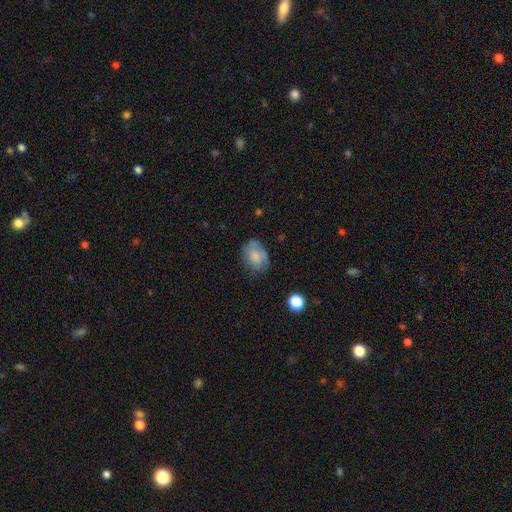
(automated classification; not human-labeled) Overall: smooth (77%). How rounded: in between (72%). Merging: none (64%; minor disturbance 26%).